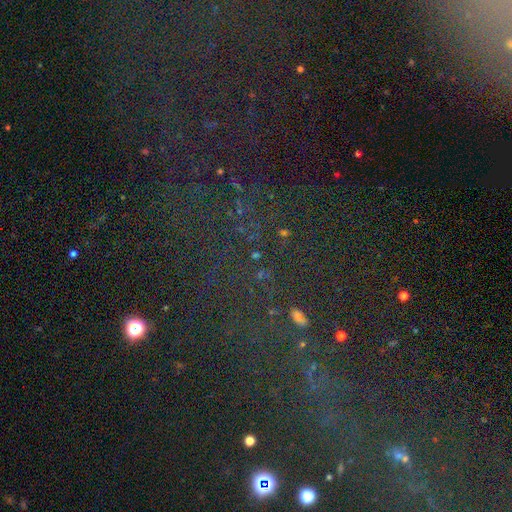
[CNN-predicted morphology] Smooth or featured? star or artifact (71%)